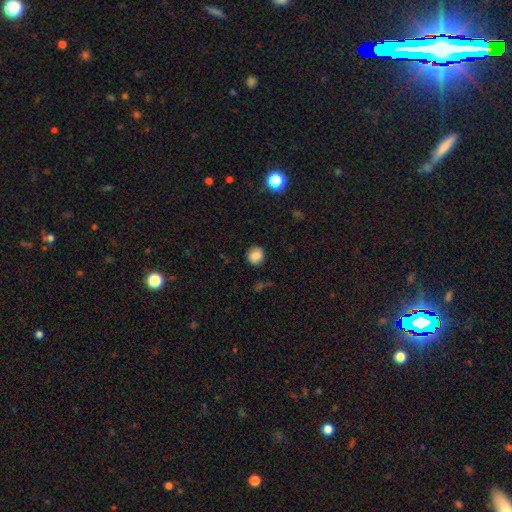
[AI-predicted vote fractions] Q: Smooth or featured?
A: smooth (81%); runner-up: star or artifact (10%)
Q: How rounded?
A: round (86%); runner-up: in between (13%)
Q: Merging?
A: none (86%); runner-up: minor disturbance (10%)